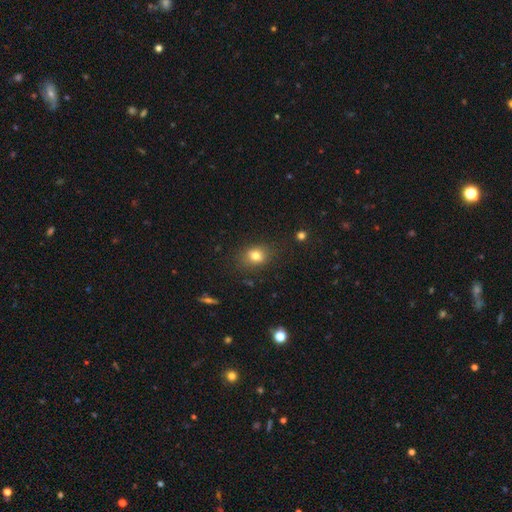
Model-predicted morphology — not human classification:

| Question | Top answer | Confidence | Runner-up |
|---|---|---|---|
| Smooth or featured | smooth | 78% | star or artifact (13%) |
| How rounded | in between | 51% | round (48%) |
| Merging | none | 80% | minor disturbance (14%) |